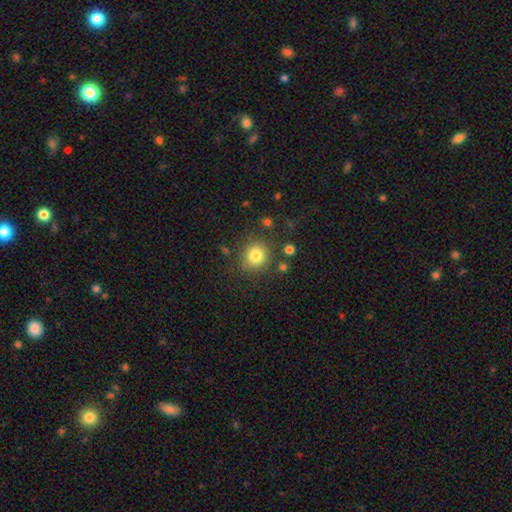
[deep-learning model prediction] smooth_or_featured: smooth (p=0.81) [alt: star or artifact p=0.12]
how_rounded: round (p=0.88) [alt: in between p=0.11]
merging: none (p=0.84) [alt: minor disturbance p=0.09]